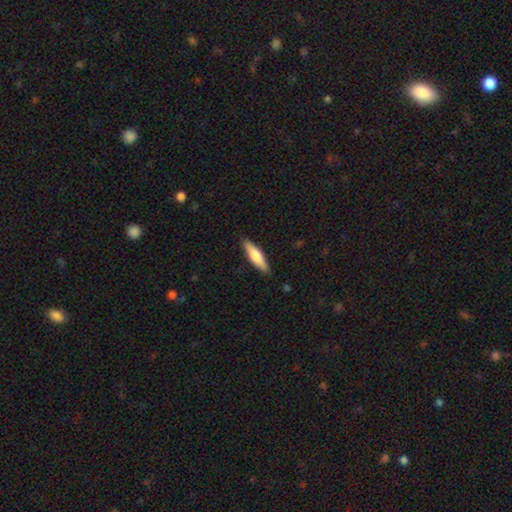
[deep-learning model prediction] A smooth galaxy with no disk features (68%) that is cigar-shaped (65%). Merging: none (88%).